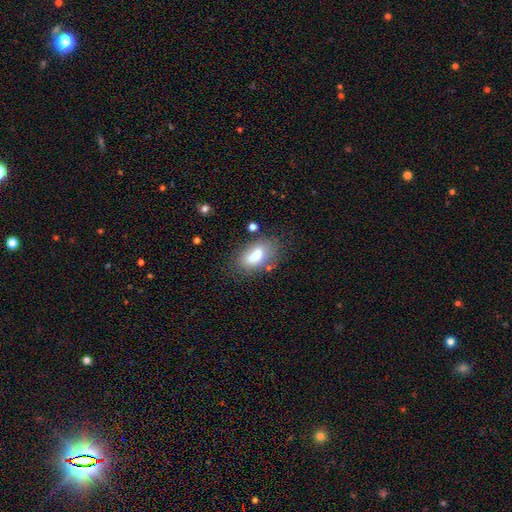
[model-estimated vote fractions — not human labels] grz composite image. It shows a smooth galaxy with no disk features (72%) that is in between round and cigar-shaped (87%). Merging: none (58%).